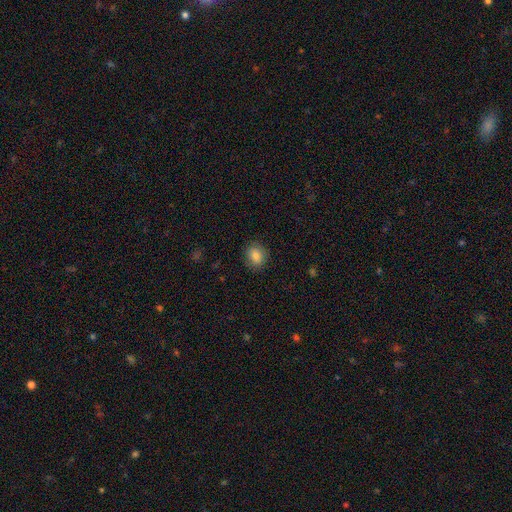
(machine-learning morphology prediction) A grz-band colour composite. It shows a smooth galaxy with no disk features (83%) that is round (61%). Merging: none (86%).